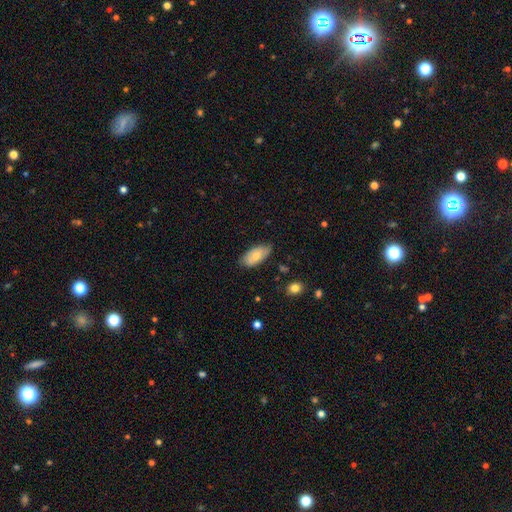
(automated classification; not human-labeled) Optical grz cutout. It shows a smooth galaxy with no disk features (68%) that is in between round and cigar-shaped (92%). Merging: none (73%).